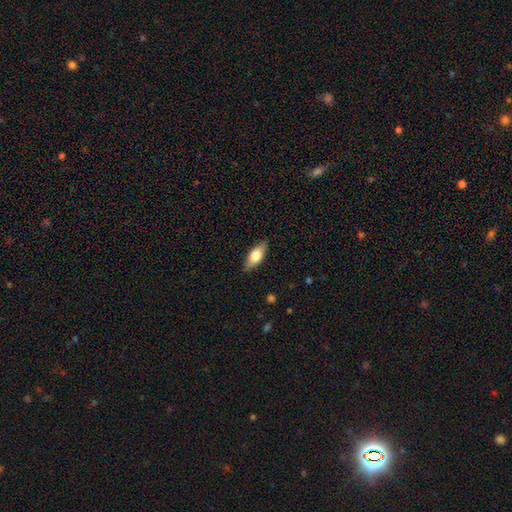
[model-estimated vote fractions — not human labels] Smooth or featured?
  - smooth: 63% *
  - featured or disk: 31%
  - star or artifact: 6%
How rounded?
  - in between: 74% *
  - cigar-shaped: 23%
  - round: 3%
Merging?
  - none: 87% *
  - minor disturbance: 10%
  - major disturbance: 2%
  - merger: 1%